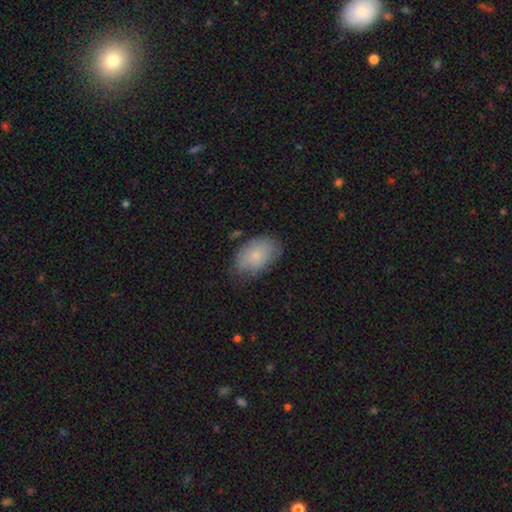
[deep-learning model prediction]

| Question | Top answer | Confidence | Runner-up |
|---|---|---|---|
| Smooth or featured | smooth | 78% | featured or disk (15%) |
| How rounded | in between | 90% | round (9%) |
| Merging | none | 71% | minor disturbance (22%) |